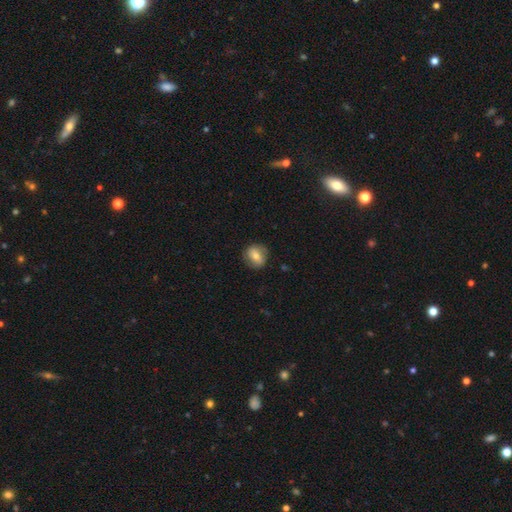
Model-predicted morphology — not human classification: Overall: smooth (60%; featured or disk 32%). How rounded: round (74%). Merging: none (82%).